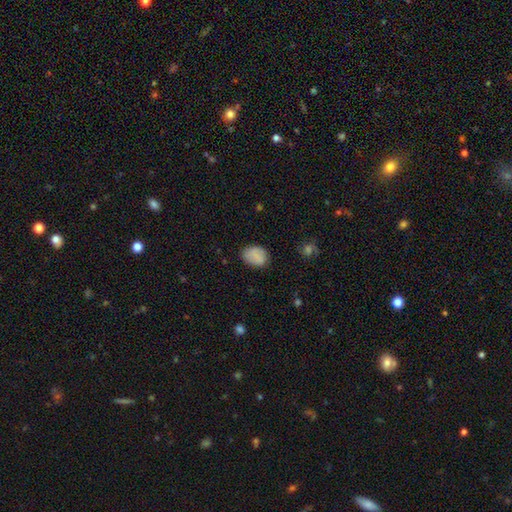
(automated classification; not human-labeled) Morphology: type=smooth (81%); roundness=in between (67%); merging=none (76%).